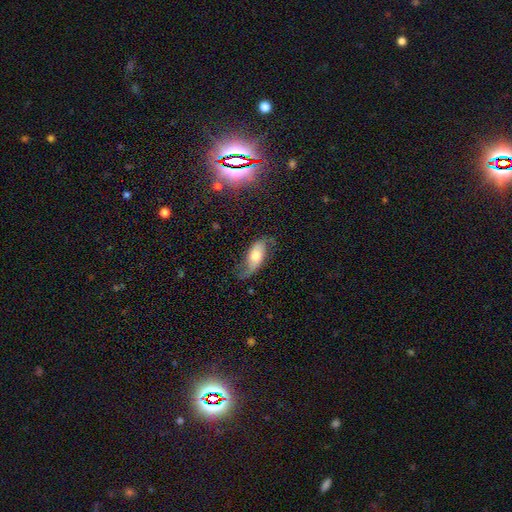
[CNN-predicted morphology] A featured or disk galaxy (62%) with no bar (65%), spiral arms (89%) and a moderate central bulge (52%).

Vote fractions:
- Smooth or featured? featured or disk: 62% / smooth: 31% / star or artifact: 7%
- Edge-on disk? no: 87% / yes: 13%
- Bar? no: 65% / weak: 27% / strong: 8%
- Spiral arms? yes: 89% / no: 11%
- Bulge size? moderate: 52% / large: 28% / small: 13% / dominant: 4% / none: 3%
- Merging? none: 52% / minor disturbance: 28% / major disturbance: 18% / merger: 2%